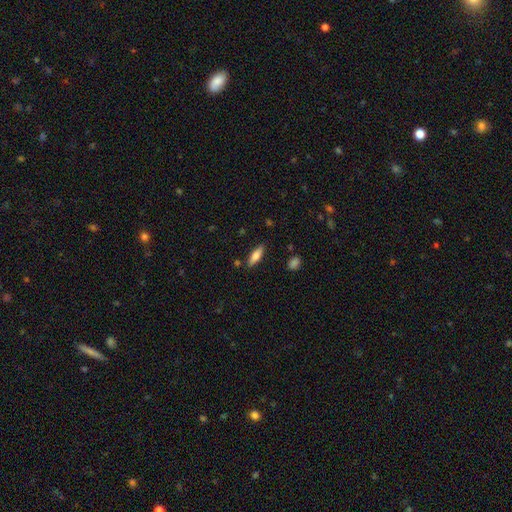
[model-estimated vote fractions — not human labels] smooth-or-featured: smooth: 76% | featured or disk: 17% | star or artifact: 7%
  how-rounded: in between: 50% | cigar-shaped: 48% | round: 2%
  merging: none: 85% | minor disturbance: 11% | merger: 2% | major disturbance: 2%